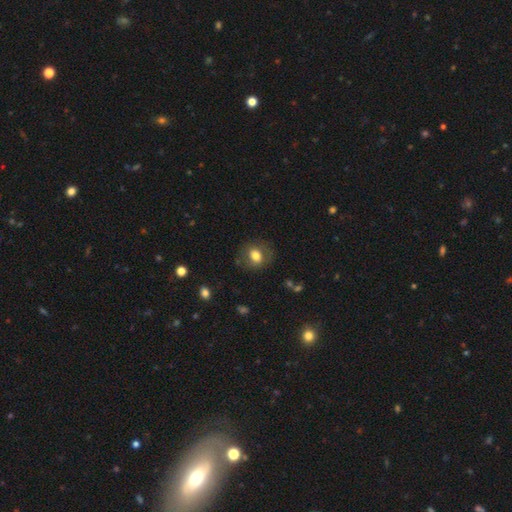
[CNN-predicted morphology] A smooth galaxy with no disk features (70%) that is round (58%). Merging: none (76%).